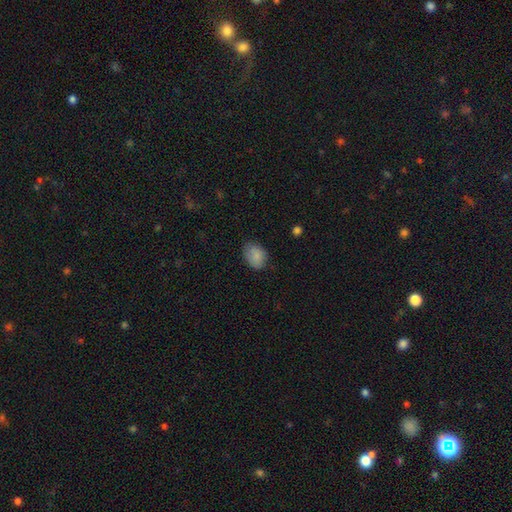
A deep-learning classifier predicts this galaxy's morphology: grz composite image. It shows a smooth galaxy with no disk features (85%) that is in between round and cigar-shaped (73%). Merging: none (72%).